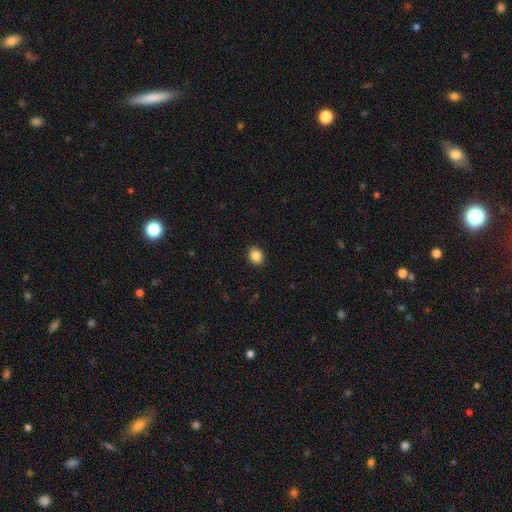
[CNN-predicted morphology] Overall: smooth (87%). How rounded: round (62%; in between 37%). Merging: none (91%).